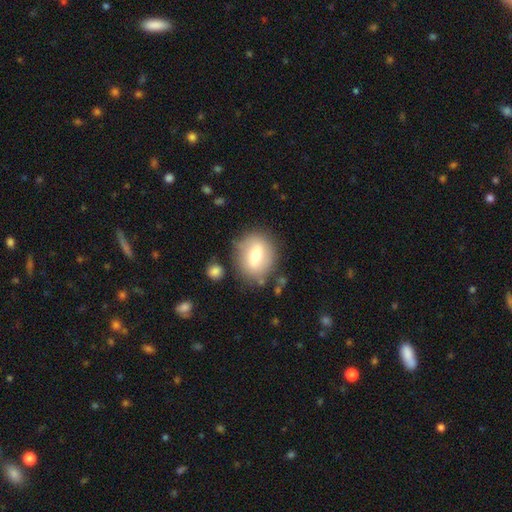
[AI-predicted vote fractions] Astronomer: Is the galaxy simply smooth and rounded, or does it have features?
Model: smooth — 62%.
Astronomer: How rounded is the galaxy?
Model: round — 57% (runner-up: in between, 41%).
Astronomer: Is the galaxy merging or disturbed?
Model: none — 77%.